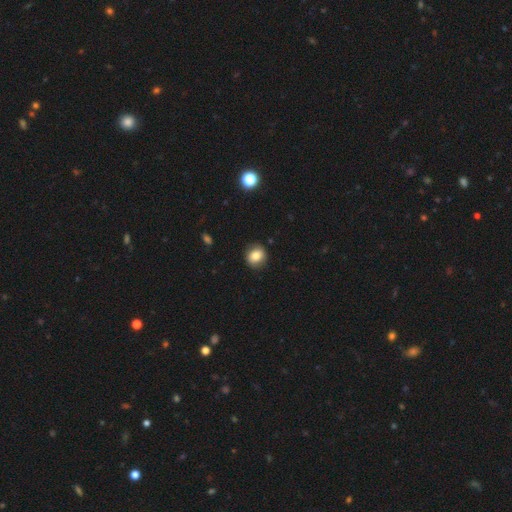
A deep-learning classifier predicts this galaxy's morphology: A smooth galaxy with no disk features (79%) that is round (77%).

Vote fractions:
- Smooth or featured? smooth: 79% / featured or disk: 11% / star or artifact: 10%
- How rounded? round: 77% / in between: 22% / cigar-shaped: 1%
- Merging? none: 86% / minor disturbance: 10% / major disturbance: 3% / merger: 1%